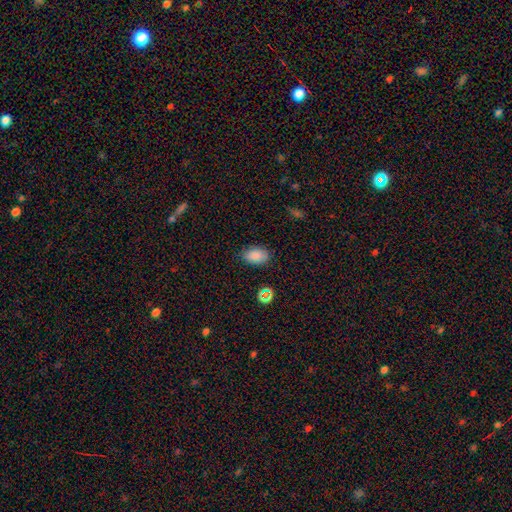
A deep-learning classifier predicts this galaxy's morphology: A smooth galaxy with no disk features (85%) that is in between round and cigar-shaped (87%). Merging: none (83%).